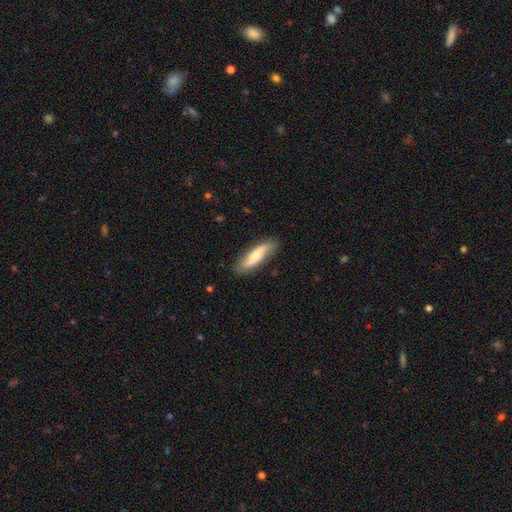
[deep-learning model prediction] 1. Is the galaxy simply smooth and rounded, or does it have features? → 57% smooth, 37% featured or disk, 5% star or artifact.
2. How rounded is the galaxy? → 61% cigar-shaped, 37% in between, 2% round.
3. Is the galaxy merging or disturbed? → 83% none, 13% minor disturbance, 2% major disturbance, 1% merger.